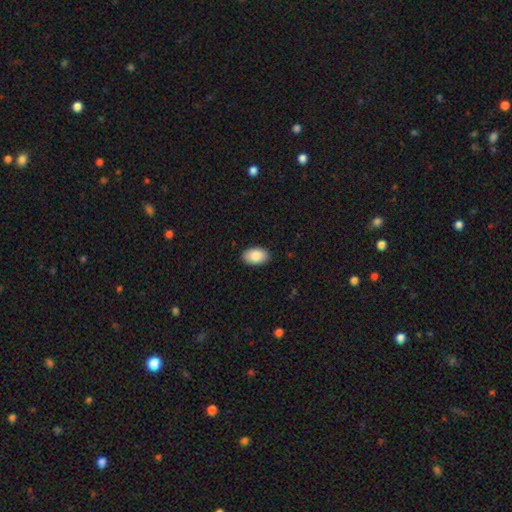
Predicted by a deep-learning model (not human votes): Smooth or featured? Predicted: smooth (p=0.88). How rounded? Predicted: in between (p=0.92). Merging? Predicted: none (p=0.90).